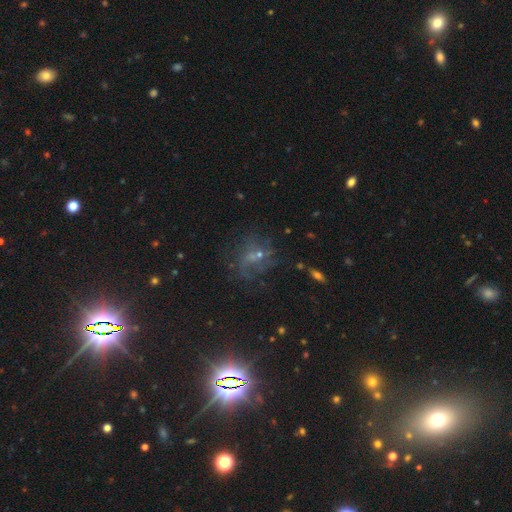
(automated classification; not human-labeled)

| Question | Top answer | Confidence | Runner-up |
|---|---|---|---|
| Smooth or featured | featured or disk | 54% | smooth (25%) |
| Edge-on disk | no | 96% | yes (4%) |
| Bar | no | 61% | weak (32%) |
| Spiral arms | yes | 62% | no (38%) |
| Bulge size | small | 59% | moderate (23%) |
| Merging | none | 47% | major disturbance (28%) |